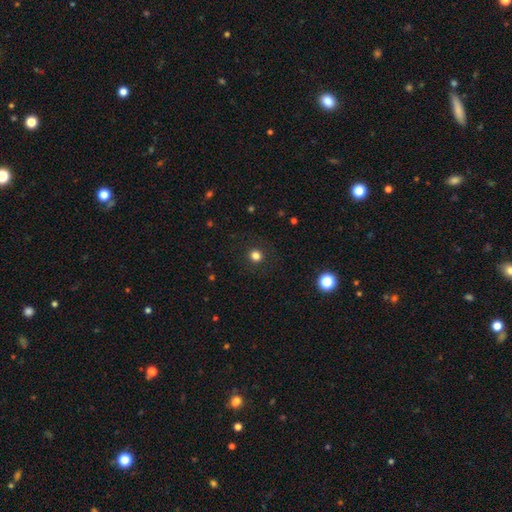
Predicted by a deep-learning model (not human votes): This is clearly a smooth galaxy (81%). How rounded: clearly round (92%). Merging: clearly none (90%).